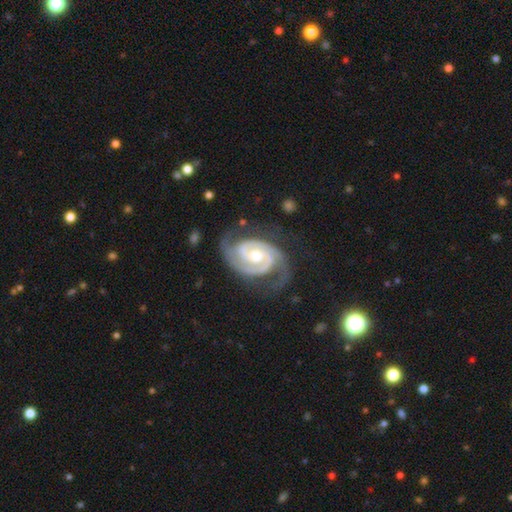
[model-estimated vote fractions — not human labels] Smooth or featured?
  - featured or disk: 93% *
  - smooth: 4%
  - star or artifact: 3%
Edge-on disk?
  - no: 98% *
  - yes: 2%
Bar?
  - no: 57% *
  - weak: 33%
  - strong: 11%
Spiral arms?
  - yes: 98% *
  - no: 2%
Spiral winding?
  - tight: 59% *
  - medium: 35%
  - loose: 6%
Spiral arm count?
  - 2: 85% *
  - 3: 7%
  - can't tell: 4%
  - 1: 2%
  - 4: 2%
  - more than 4: 1%
Bulge size?
  - moderate: 73% *
  - small: 16%
  - large: 8%
  - none: 1%
  - dominant: 1%
Merging?
  - none: 66% *
  - minor disturbance: 21%
  - major disturbance: 11%
  - merger: 2%